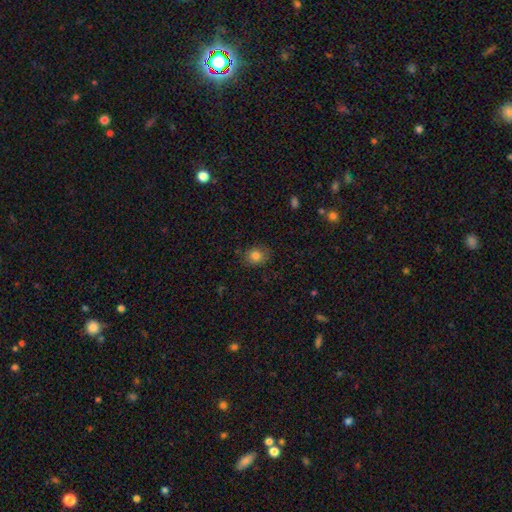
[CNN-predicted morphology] A smooth galaxy with no disk features (81%) that is round (65%).

Vote fractions:
- Smooth or featured? smooth: 81% / star or artifact: 12% / featured or disk: 7%
- How rounded? round: 65% / in between: 34% / cigar-shaped: 1%
- Merging? none: 83% / minor disturbance: 12% / major disturbance: 3% / merger: 1%